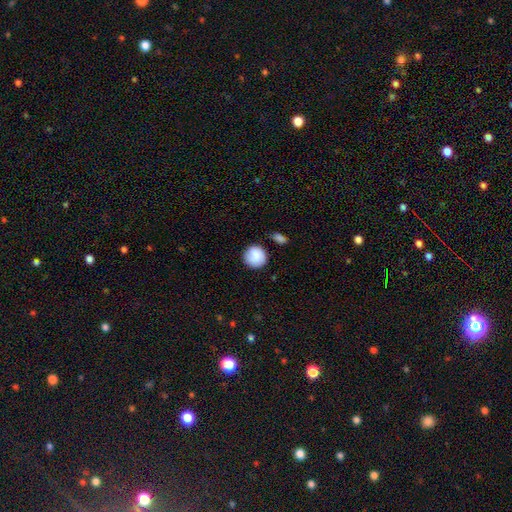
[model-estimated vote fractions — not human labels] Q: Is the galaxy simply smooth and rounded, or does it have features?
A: smooth — 86%.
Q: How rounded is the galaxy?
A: round — 91%.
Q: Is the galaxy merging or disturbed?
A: none — 78%.